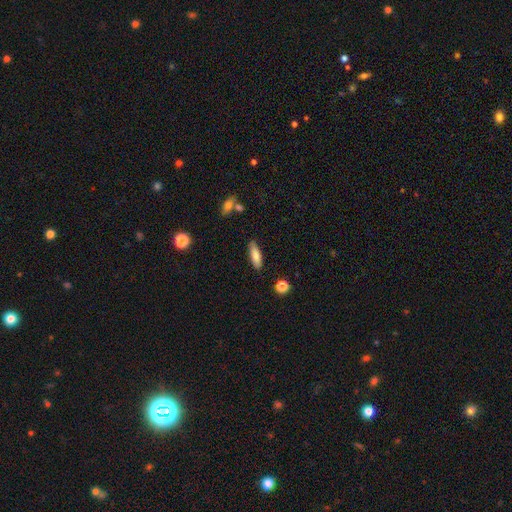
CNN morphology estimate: smooth 83%, featured or disk 11%, star or artifact 7%. Down the decision tree: how rounded — in between (49%, tied with cigar-shaped); merging — none (85%).